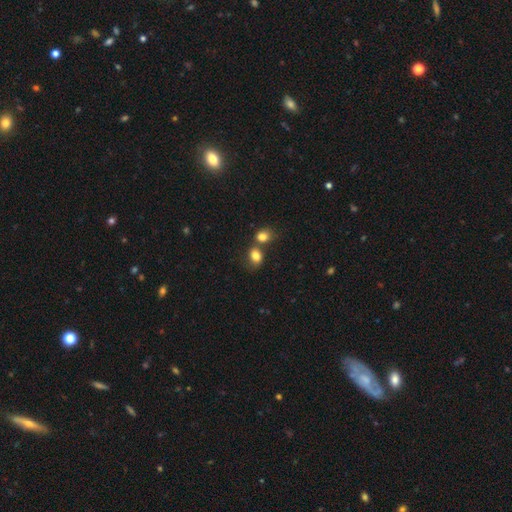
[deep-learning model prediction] Smooth or featured? smooth (82%)
How rounded? in between (59%)
Merging? merger (41%, tied with none)